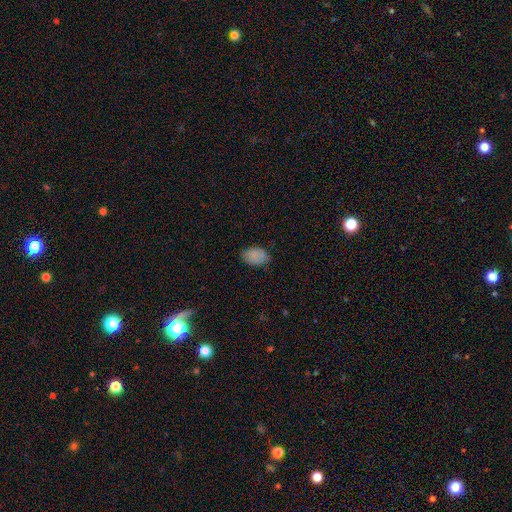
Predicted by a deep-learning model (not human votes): smooth-or-featured: smooth: 83% | star or artifact: 10% | featured or disk: 7%
  how-rounded: in between: 86% | round: 13% | cigar-shaped: 1%
  merging: none: 76% | minor disturbance: 20% | major disturbance: 3% | merger: 1%